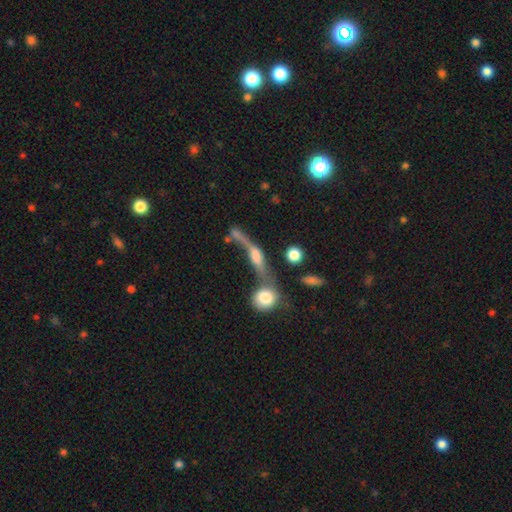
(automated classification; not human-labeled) featured or disk 56%, smooth 31%, star or artifact 13%. Down the decision tree: edge-on disk — yes (65%); merging — merger (34%).